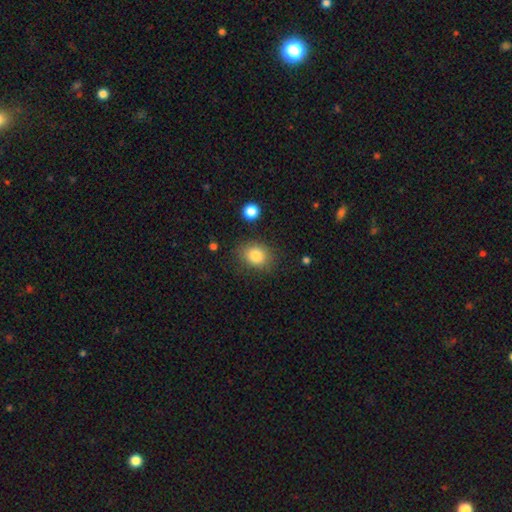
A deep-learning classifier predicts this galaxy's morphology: smooth_or_featured: smooth (p=0.83) [alt: star or artifact p=0.09]
how_rounded: in between (p=0.53) [alt: round p=0.46]
merging: none (p=0.79) [alt: minor disturbance p=0.14]